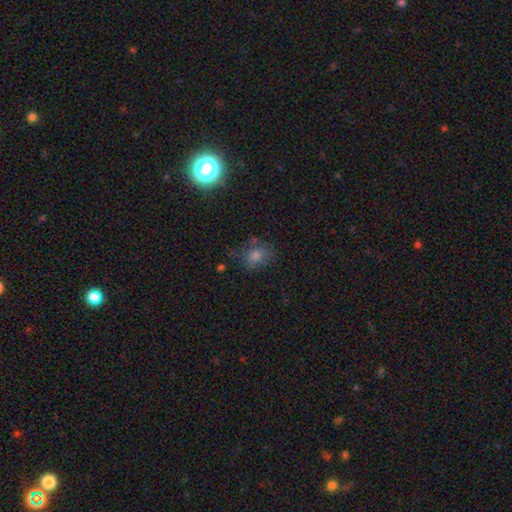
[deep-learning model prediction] Overall: smooth (60%; star or artifact 25%). How rounded: round (56%; in between 43%). Merging: none (68%).